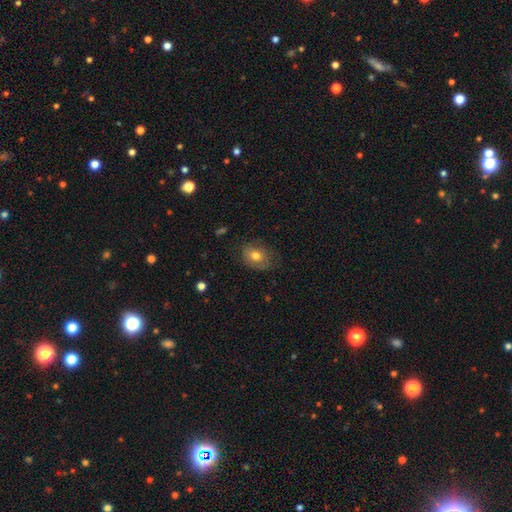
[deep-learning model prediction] Overall: smooth (67%). How rounded: in between (58%; round 41%). Merging: none (66%).